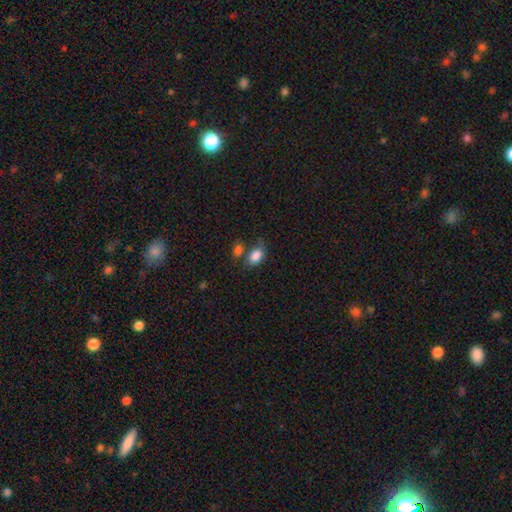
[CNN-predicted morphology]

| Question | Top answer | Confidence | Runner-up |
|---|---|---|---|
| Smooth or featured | smooth | 84% | star or artifact (9%) |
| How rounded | in between | 83% | round (15%) |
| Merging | none | 45% | merger (27%) |